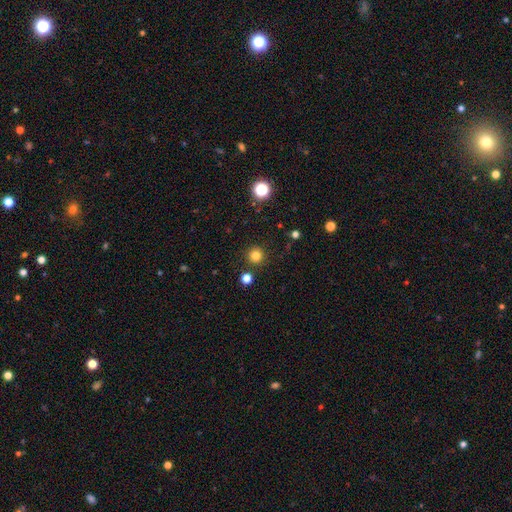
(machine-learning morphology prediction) Smooth or featured? Predicted: smooth (p=0.80). How rounded? Predicted: round (p=0.95). Merging? Predicted: none (p=0.90).